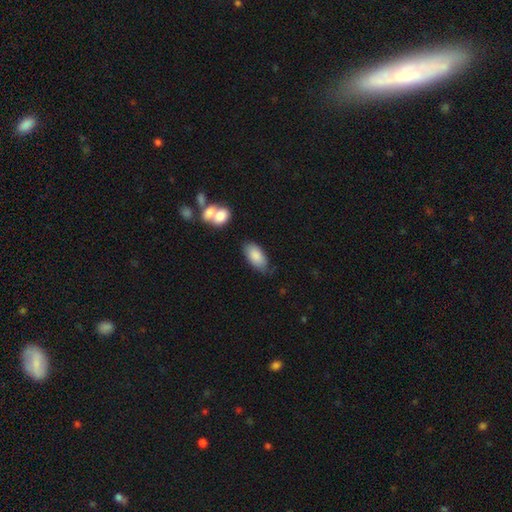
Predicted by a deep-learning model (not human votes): The model was most divided on "merging": none: 69%, minor disturbance: 21%, merger: 5%, major disturbance: 5%. More confident: how rounded — in between (92%); smooth or featured — smooth (85%).